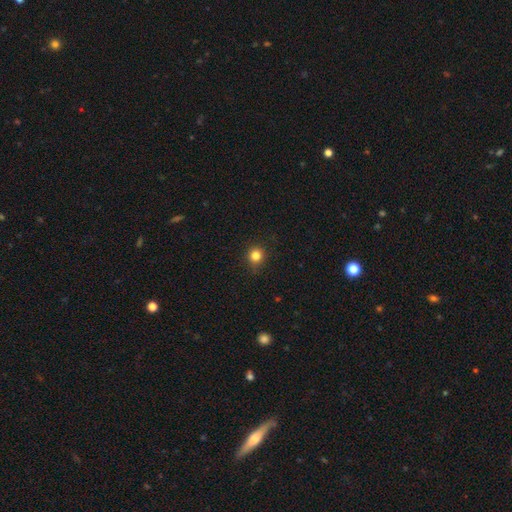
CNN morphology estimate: The model was most divided on "smooth or featured": smooth: 83%, star or artifact: 13%, featured or disk: 5%. More confident: how rounded — round (88%); merging — none (87%).